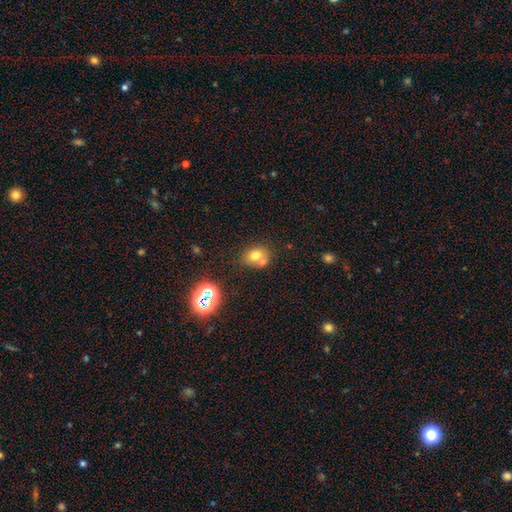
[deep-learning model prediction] Q: Smooth or featured?
A: smooth (69%); runner-up: star or artifact (16%)
Q: How rounded?
A: round (53%); runner-up: in between (46%)
Q: Merging?
A: none (48%); runner-up: merger (37%)